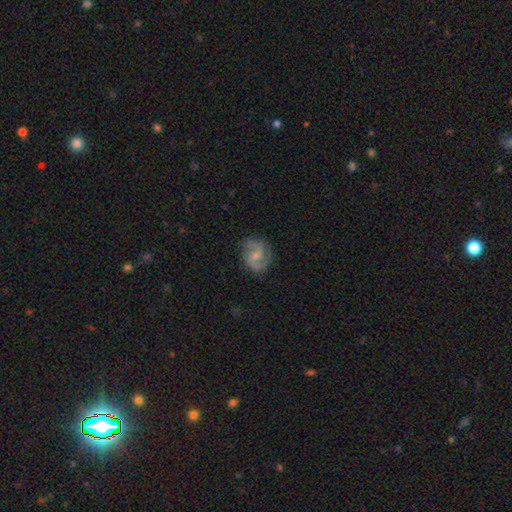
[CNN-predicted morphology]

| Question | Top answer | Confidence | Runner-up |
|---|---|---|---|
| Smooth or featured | featured or disk | 76% | smooth (18%) |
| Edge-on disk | no | 98% | yes (2%) |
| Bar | no | 49% | weak (43%) |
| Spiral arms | yes | 95% | no (5%) |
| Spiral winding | medium | 52% | tight (25%) |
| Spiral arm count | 2 | 84% | can't tell (7%) |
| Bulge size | small | 52% | moderate (39%) |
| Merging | none | 76% | minor disturbance (17%) |